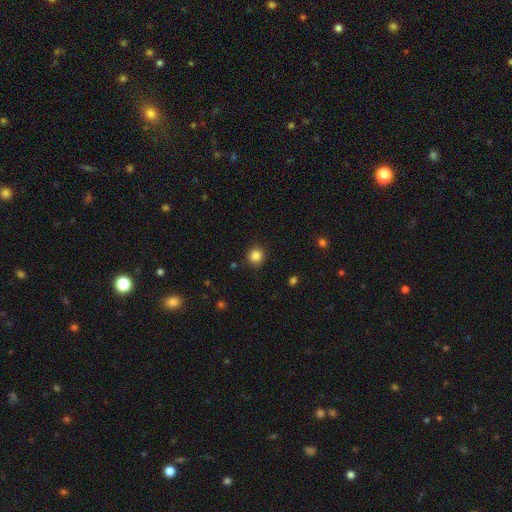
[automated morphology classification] A smooth galaxy with no disk features (85%) that is round (91%).

Vote fractions:
- Smooth or featured? smooth: 85% / star or artifact: 11% / featured or disk: 4%
- How rounded? round: 91% / in between: 8% / cigar-shaped: 1%
- Merging? none: 88% / minor disturbance: 8% / major disturbance: 2% / merger: 1%